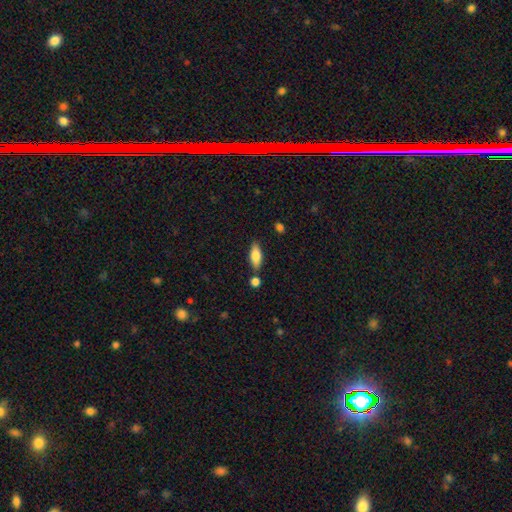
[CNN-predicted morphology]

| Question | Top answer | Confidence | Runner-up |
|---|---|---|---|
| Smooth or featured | smooth | 78% | featured or disk (15%) |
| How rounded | in between | 75% | cigar-shaped (23%) |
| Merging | none | 77% | minor disturbance (13%) |